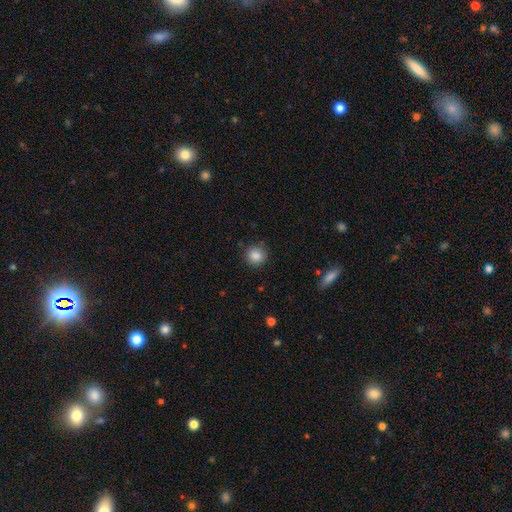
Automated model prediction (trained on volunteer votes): The model was most divided on "smooth or featured": smooth: 86%, star or artifact: 10%, featured or disk: 4%. More confident: how rounded — round (93%); merging — none (87%).